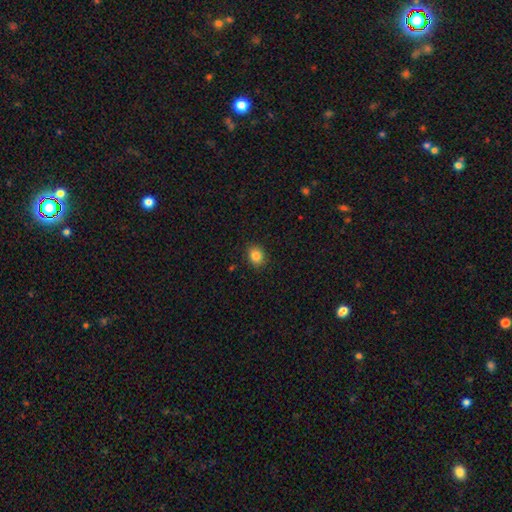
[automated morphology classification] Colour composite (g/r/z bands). It shows a smooth galaxy with no disk features (84%) that is round (62%). Merging: none (88%).